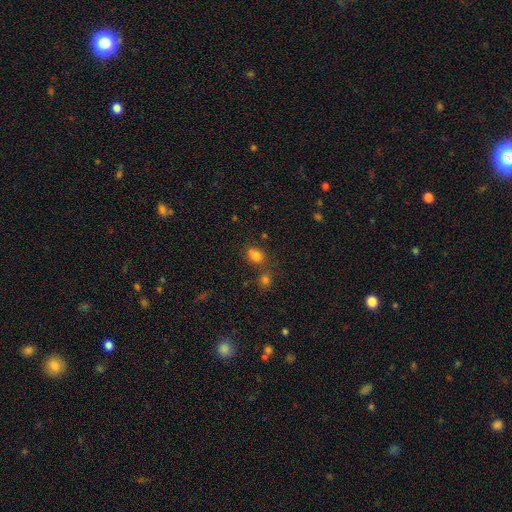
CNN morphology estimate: A smooth galaxy with no disk features (78%) that is in between round and cigar-shaped (64%). Merging: none (61%).